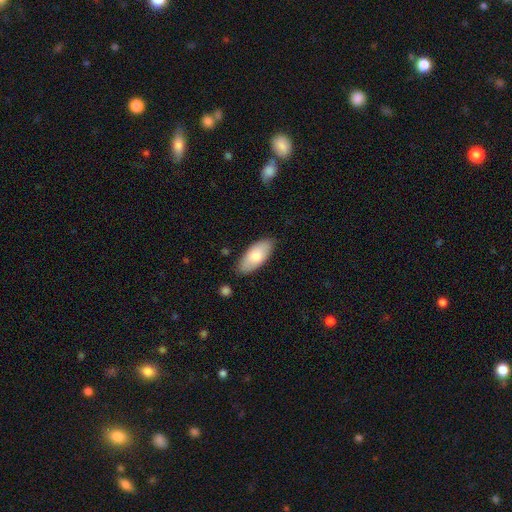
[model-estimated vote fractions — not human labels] Smooth or featured?
  - smooth: 77% *
  - featured or disk: 17%
  - star or artifact: 6%
How rounded?
  - in between: 90% *
  - cigar-shaped: 8%
  - round: 2%
Merging?
  - none: 83% *
  - minor disturbance: 12%
  - major disturbance: 2%
  - merger: 2%